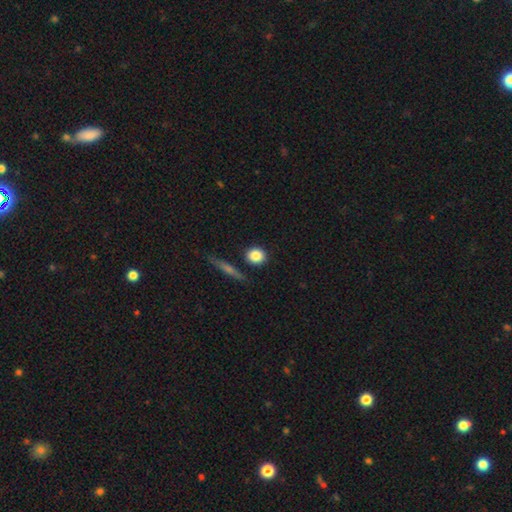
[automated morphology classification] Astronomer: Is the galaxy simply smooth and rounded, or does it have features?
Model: smooth — 85%.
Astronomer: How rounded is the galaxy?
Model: round — 82%.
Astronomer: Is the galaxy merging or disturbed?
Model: none — 84%.